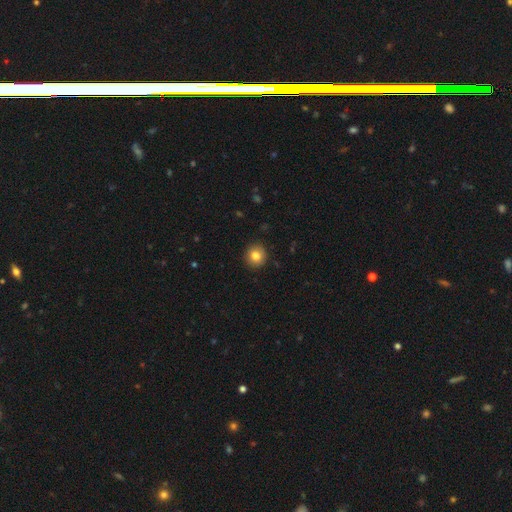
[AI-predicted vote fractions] Overall: smooth (82%). How rounded: round (92%). Merging: none (91%).